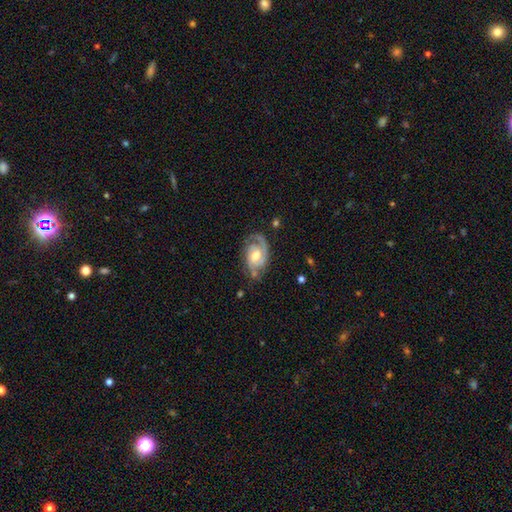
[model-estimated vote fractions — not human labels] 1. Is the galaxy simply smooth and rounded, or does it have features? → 85% featured or disk, 10% smooth, 5% star or artifact.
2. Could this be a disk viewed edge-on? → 97% no, 3% yes.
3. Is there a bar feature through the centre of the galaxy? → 55% no, 38% weak, 7% strong.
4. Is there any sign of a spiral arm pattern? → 95% yes, 5% no.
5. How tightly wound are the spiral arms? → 52% tight, 38% medium, 10% loose.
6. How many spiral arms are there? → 59% 2, 14% 1, 12% can't tell, 10% 3, 2% 4, 2% more than 4.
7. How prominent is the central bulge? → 67% moderate, 17% small, 12% large, 2% none, 1% dominant.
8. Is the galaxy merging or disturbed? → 64% none, 23% minor disturbance, 11% major disturbance, 2% merger.